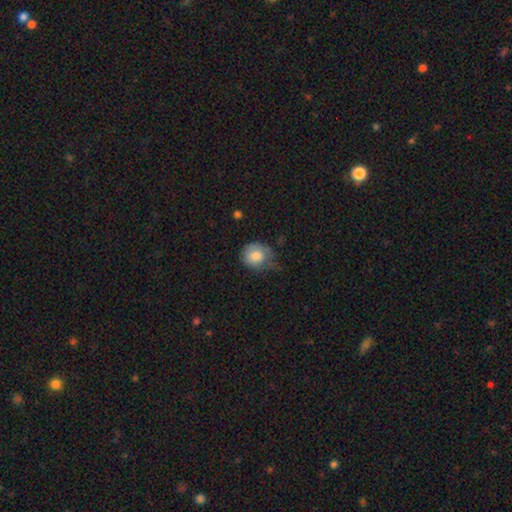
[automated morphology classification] A smooth galaxy with no disk features (78%) that is round (72%). Merging: minor disturbance (40%).